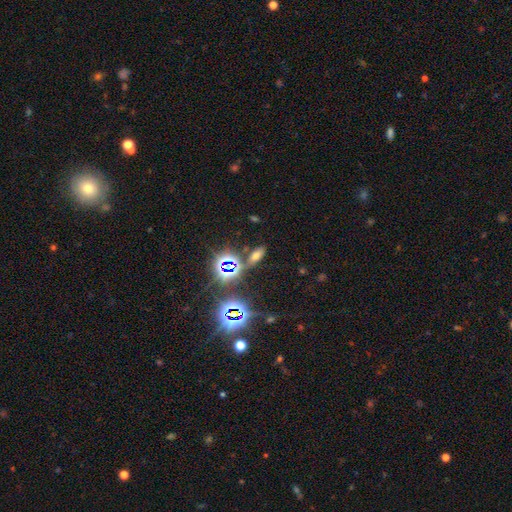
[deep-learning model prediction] This appears to be a smooth galaxy with no disk features (47%). Merging: none (79%).